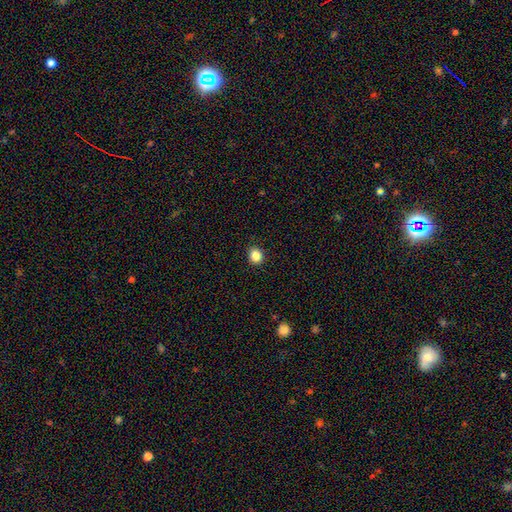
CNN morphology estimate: A smooth galaxy with no disk features (85%) that is round (79%). Merging: none (92%).